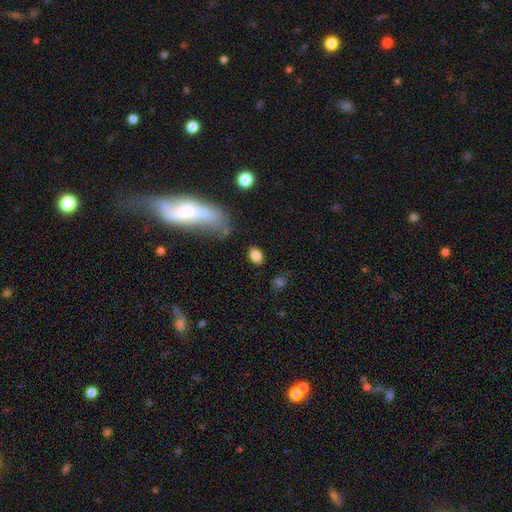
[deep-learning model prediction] smooth 83%, star or artifact 9%, featured or disk 8%. Down the decision tree: how rounded — in between (88%); merging — none (82%).